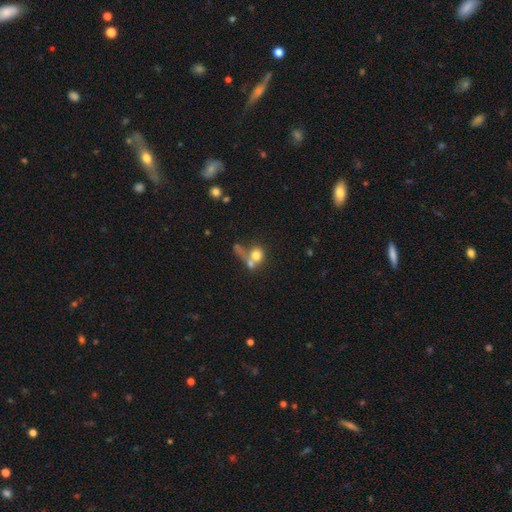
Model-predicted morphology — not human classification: type=smooth (70%); roundness=round (73%); merging=merger (50%).